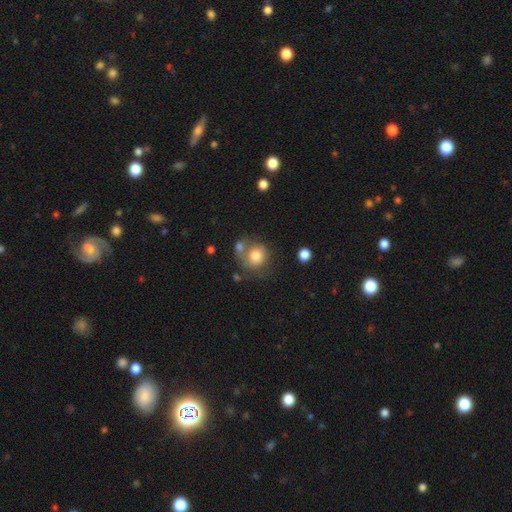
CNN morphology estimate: Smooth or featured?
  - smooth: 77% *
  - featured or disk: 15%
  - star or artifact: 9%
How rounded?
  - round: 82% *
  - in between: 17%
  - cigar-shaped: 1%
Merging?
  - none: 47% *
  - merger: 26%
  - minor disturbance: 17%
  - major disturbance: 10%